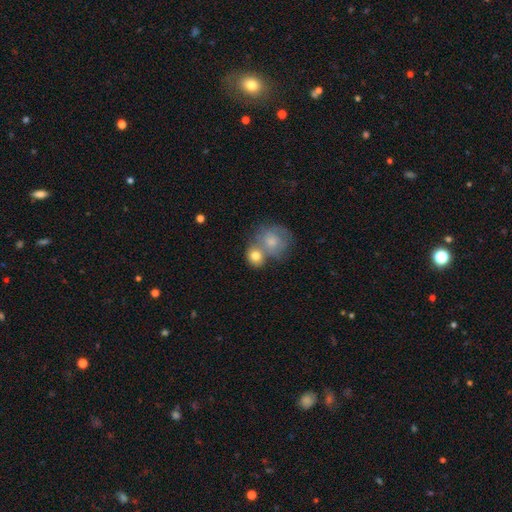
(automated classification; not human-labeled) smooth-or-featured: smooth: 77% | featured or disk: 15% | star or artifact: 8%
  how-rounded: round: 72% | in between: 27% | cigar-shaped: 1%
  merging: merger: 50% | none: 35% | minor disturbance: 11% | major disturbance: 5%